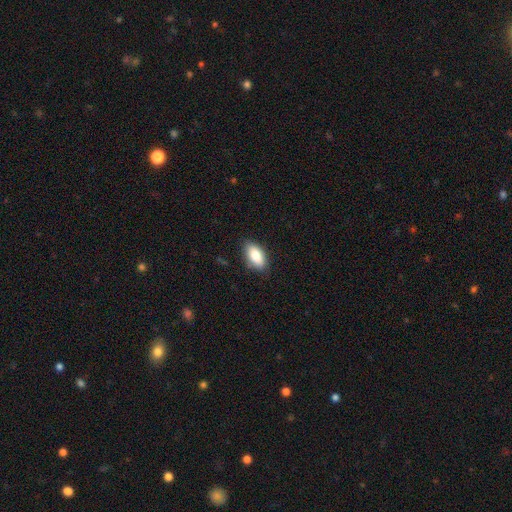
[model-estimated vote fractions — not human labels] smooth 81%, featured or disk 12%, star or artifact 7%. Down the decision tree: how rounded — in between (90%); merging — none (84%).